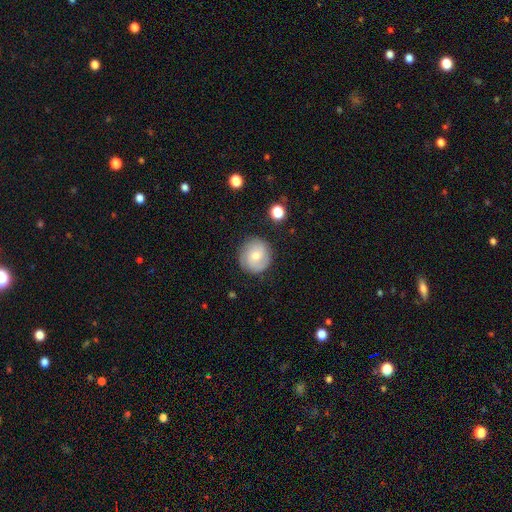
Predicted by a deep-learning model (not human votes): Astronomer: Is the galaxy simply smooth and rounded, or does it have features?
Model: smooth — 46%, tied with featured or disk at 46%.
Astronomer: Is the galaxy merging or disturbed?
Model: none — 84%.